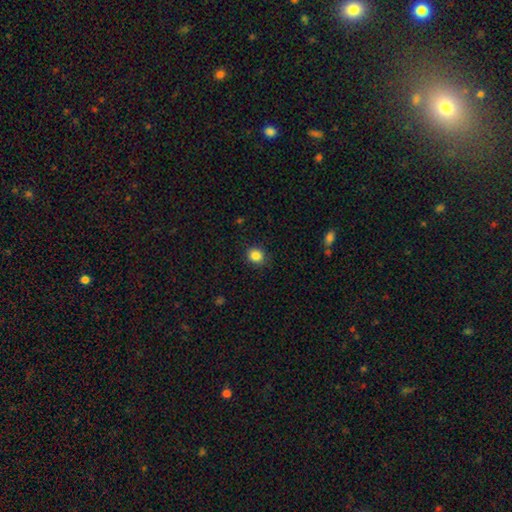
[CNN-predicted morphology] A smooth galaxy with no disk features (85%) that is round (83%). Merging: none (89%).